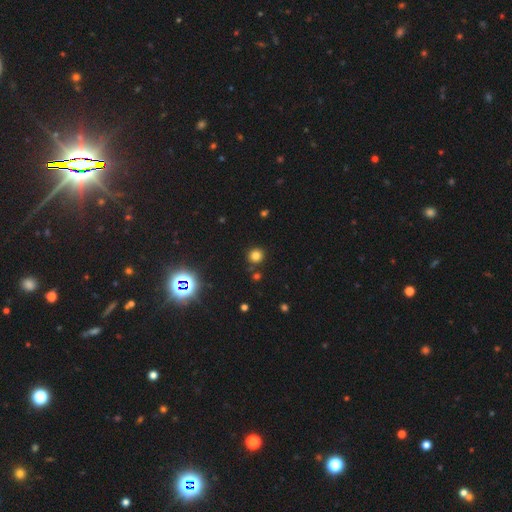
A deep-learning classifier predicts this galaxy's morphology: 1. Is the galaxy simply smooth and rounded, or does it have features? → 76% smooth, 19% star or artifact, 6% featured or disk.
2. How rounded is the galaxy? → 91% round, 8% in between, 1% cigar-shaped.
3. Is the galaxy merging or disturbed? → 84% none, 7% minor disturbance, 6% merger, 3% major disturbance.